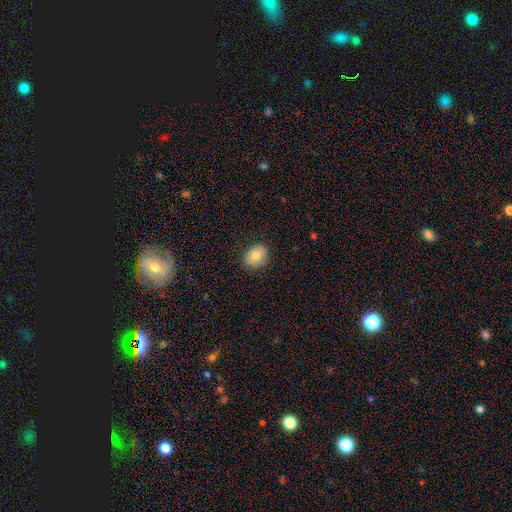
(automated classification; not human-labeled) Morphology: type=smooth (76%); roundness=round (56%); merging=none (83%).